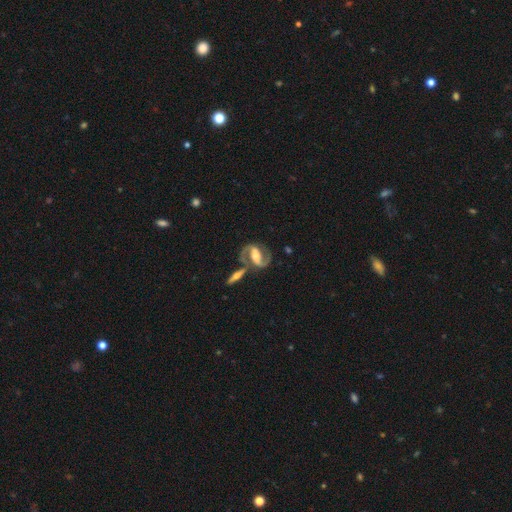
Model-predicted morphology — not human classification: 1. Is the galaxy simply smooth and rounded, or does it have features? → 89% featured or disk, 6% smooth, 5% star or artifact.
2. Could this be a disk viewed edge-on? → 95% no, 5% yes.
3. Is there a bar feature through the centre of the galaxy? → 52% strong, 32% weak, 16% no.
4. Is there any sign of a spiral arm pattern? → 97% yes, 3% no.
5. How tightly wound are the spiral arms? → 61% medium, 21% tight, 18% loose.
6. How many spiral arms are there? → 93% 2, 2% can't tell, 2% 1, 1% 3, 1% 4, 1% more than 4.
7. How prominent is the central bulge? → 62% moderate, 22% small, 12% large, 2% none, 2% dominant.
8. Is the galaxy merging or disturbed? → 65% none, 17% merger, 12% minor disturbance, 6% major disturbance.